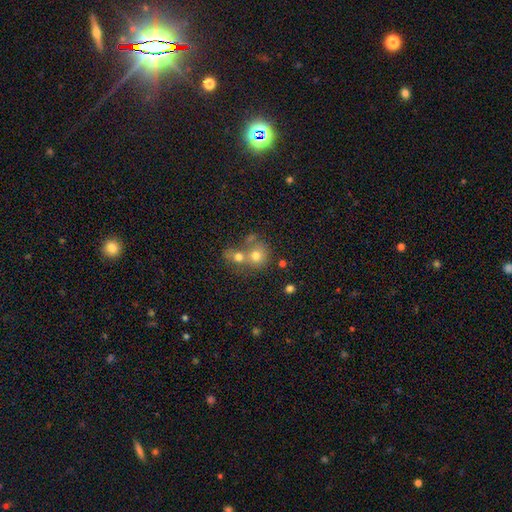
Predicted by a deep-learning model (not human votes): This appears to be a smooth galaxy with no disk features (70%) that is round (78%). Merging: merger (54%).